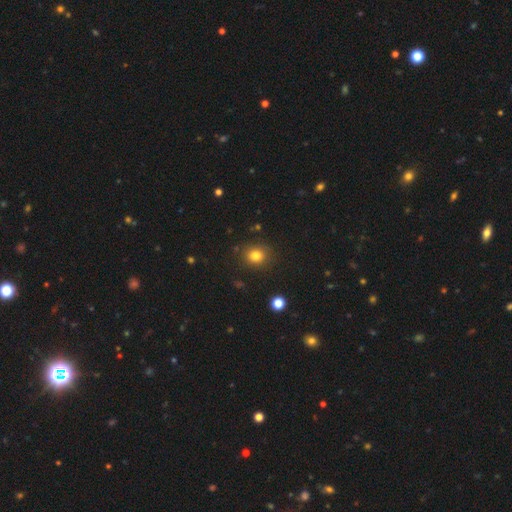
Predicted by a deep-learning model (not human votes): Smooth or featured? Predicted: smooth (p=0.82). How rounded? Predicted: round (p=0.74). Merging? Predicted: none (p=0.86).